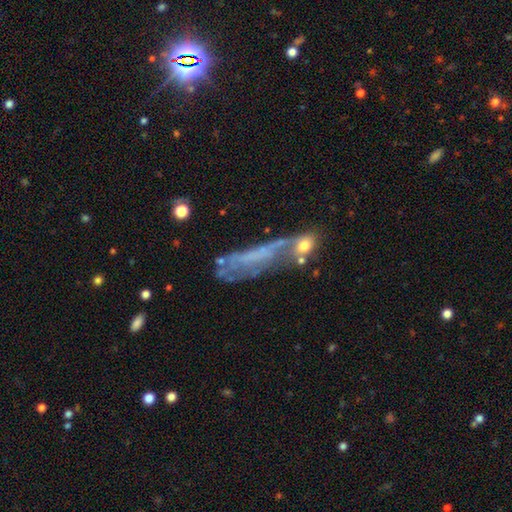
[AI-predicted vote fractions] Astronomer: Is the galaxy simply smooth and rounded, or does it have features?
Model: featured or disk — 55%.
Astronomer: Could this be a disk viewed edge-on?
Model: no — 62% (runner-up: yes, 38%).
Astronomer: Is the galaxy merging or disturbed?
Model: none — 32% (runner-up: merger, 25%).